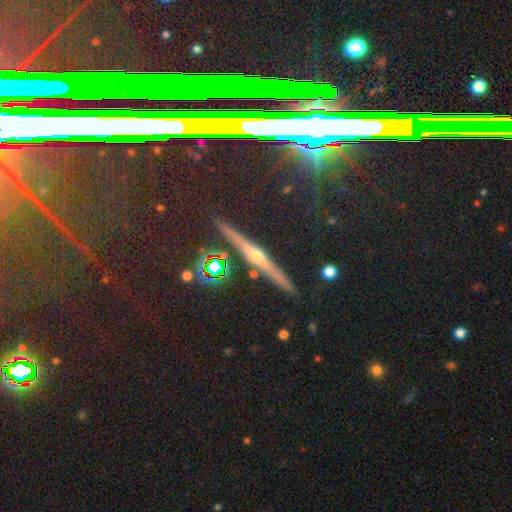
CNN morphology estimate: Smooth or featured: featured or disk — 60% (star or artifact — 24%)
Edge-on disk: yes — 95% (no — 5%)
Edge-on bulge: rounded — 84% (none — 10%)
Merging: none — 88% (minor disturbance — 8%)